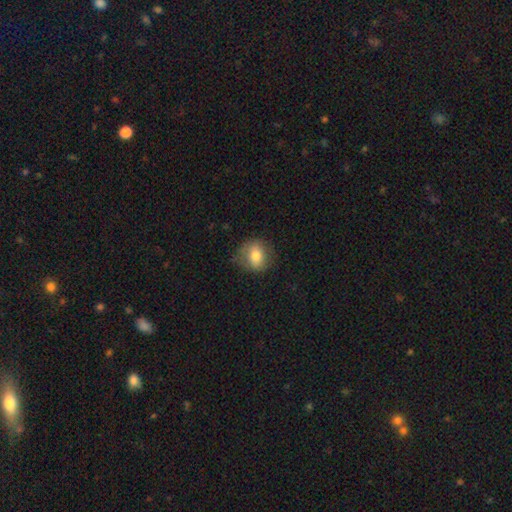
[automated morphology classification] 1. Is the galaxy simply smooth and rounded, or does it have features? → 75% smooth, 17% featured or disk, 8% star or artifact.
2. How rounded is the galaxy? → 66% round, 32% in between, 1% cigar-shaped.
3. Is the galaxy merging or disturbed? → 68% none, 23% minor disturbance, 7% major disturbance, 1% merger.